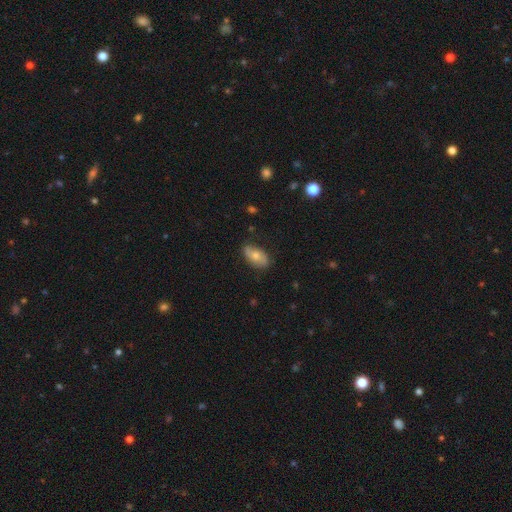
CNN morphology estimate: This appears to be a smooth galaxy with no disk features (64%) that is in between round and cigar-shaped (91%). Merging: none (75%).